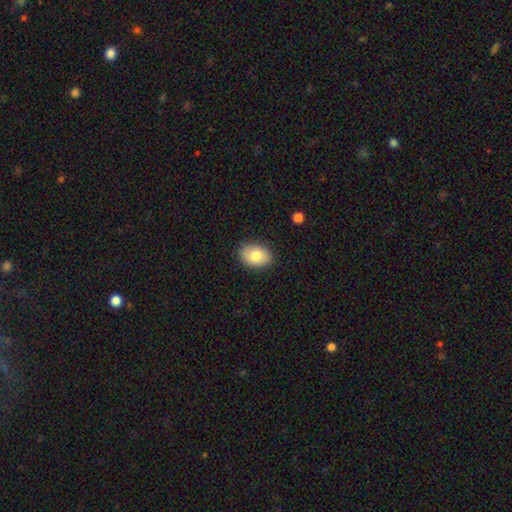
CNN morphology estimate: Smooth or featured?
  - smooth: 80% *
  - featured or disk: 13%
  - star or artifact: 7%
How rounded?
  - in between: 80% *
  - round: 19%
  - cigar-shaped: 1%
Merging?
  - none: 88% *
  - minor disturbance: 9%
  - major disturbance: 2%
  - merger: 1%